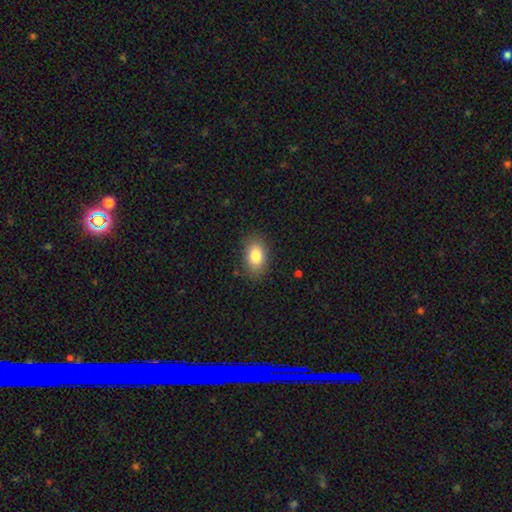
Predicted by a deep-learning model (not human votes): Smooth or featured?
  - smooth: 83% *
  - featured or disk: 9%
  - star or artifact: 8%
How rounded?
  - in between: 85% *
  - round: 13%
  - cigar-shaped: 1%
Merging?
  - none: 85% *
  - minor disturbance: 11%
  - major disturbance: 3%
  - merger: 1%